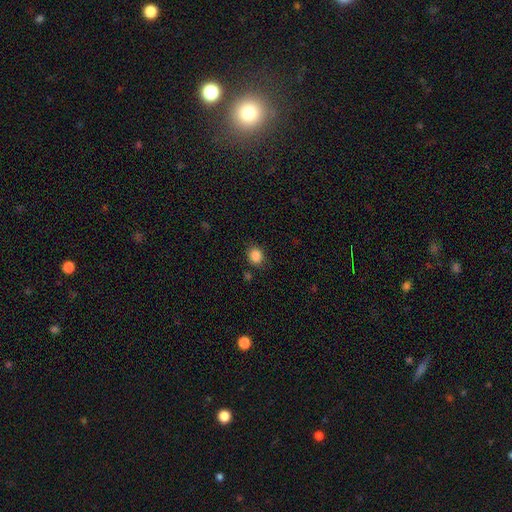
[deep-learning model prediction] Smooth or featured? smooth (86%)
How rounded? round (69%)
Merging? none (83%)